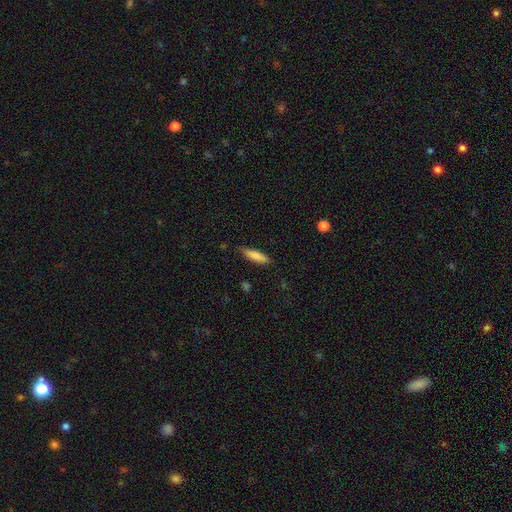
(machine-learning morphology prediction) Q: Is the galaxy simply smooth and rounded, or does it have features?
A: smooth — 82%.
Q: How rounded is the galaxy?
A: cigar-shaped — 71%.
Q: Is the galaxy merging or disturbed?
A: none — 83%.